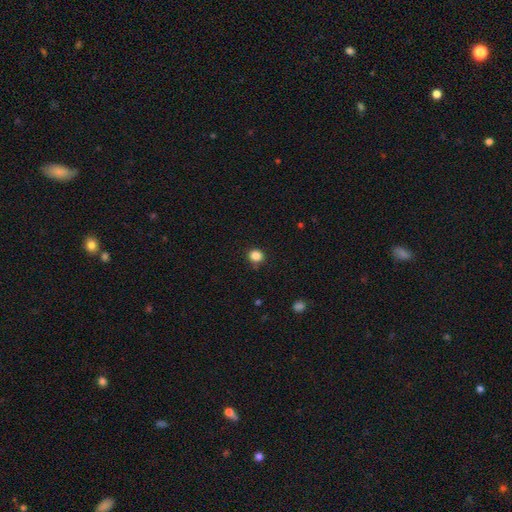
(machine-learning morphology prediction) This is clearly a smooth galaxy (85%). How rounded: clearly round (84%). Merging: clearly none (86%).